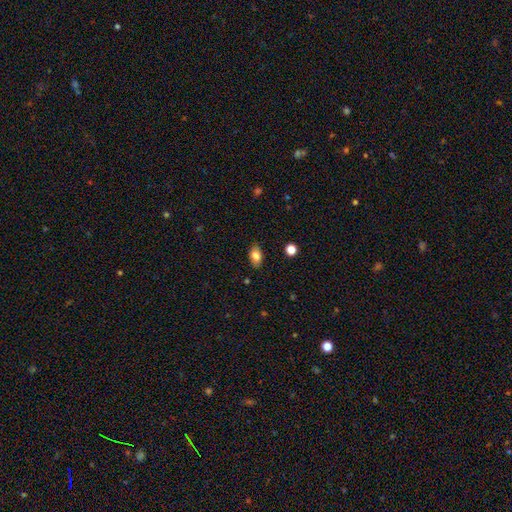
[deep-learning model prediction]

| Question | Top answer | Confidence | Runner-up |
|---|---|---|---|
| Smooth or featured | smooth | 81% | featured or disk (10%) |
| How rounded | in between | 88% | round (9%) |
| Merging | none | 84% | minor disturbance (12%) |